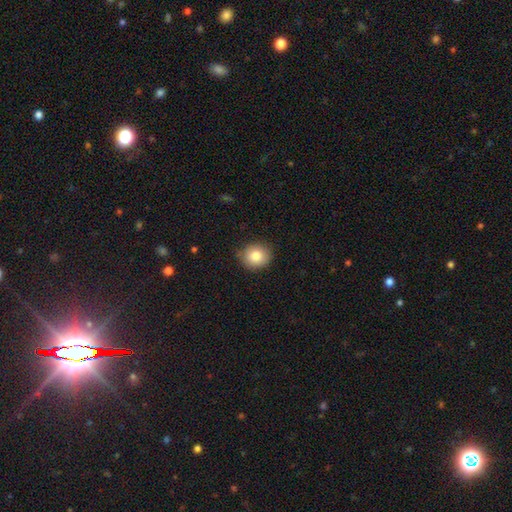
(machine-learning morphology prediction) This appears to be a smooth galaxy with no disk features (82%) that is round (77%). Merging: none (84%).